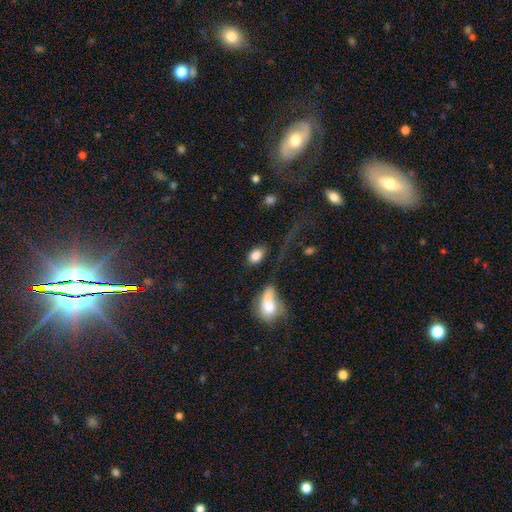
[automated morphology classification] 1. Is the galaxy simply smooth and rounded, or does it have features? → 83% smooth, 9% featured or disk, 8% star or artifact.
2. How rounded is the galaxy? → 82% in between, 15% round, 2% cigar-shaped.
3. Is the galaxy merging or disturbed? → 62% none, 15% minor disturbance, 12% major disturbance, 12% merger.